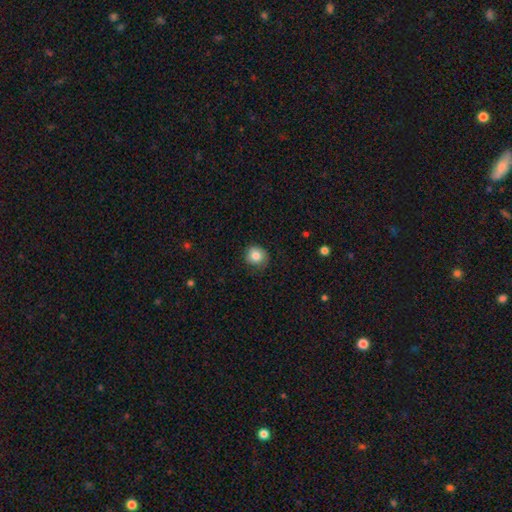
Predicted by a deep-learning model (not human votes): Morphology: type=smooth (82%); roundness=round (86%); merging=none (77%).